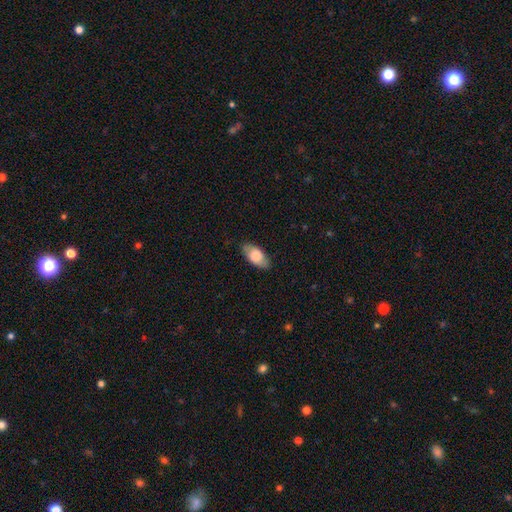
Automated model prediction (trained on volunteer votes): A smooth galaxy with no disk features (77%) that is in between round and cigar-shaped (92%).

Vote fractions:
- Smooth or featured? smooth: 77% / featured or disk: 17% / star or artifact: 6%
- How rounded? in between: 92% / cigar-shaped: 5% / round: 3%
- Merging? none: 84% / minor disturbance: 12% / major disturbance: 2% / merger: 1%